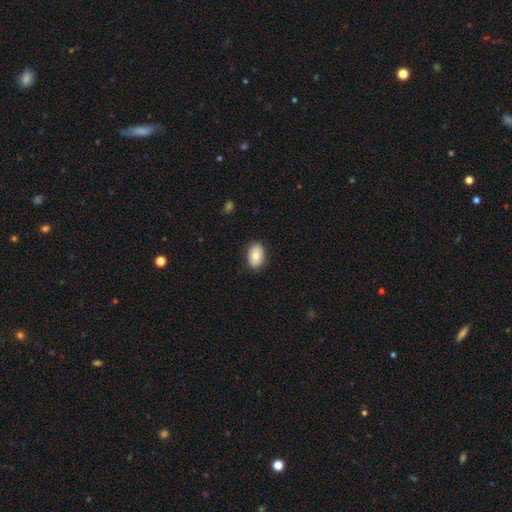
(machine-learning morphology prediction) This is likely a smooth galaxy (78%). How rounded: clearly in between (87%). Merging: clearly none (86%).